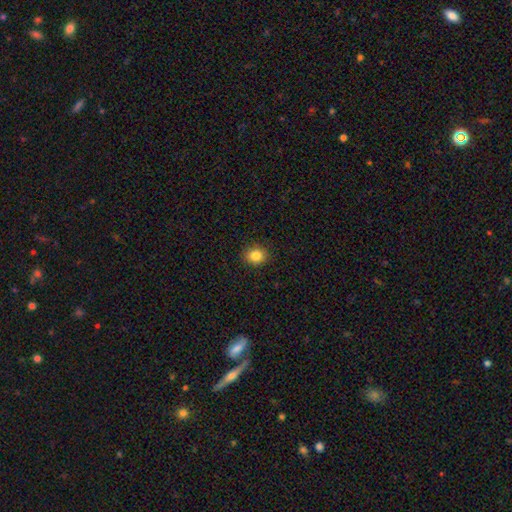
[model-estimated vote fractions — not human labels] The model was most divided on "how rounded": round: 71%, in between: 28%, cigar-shaped: 1%. More confident: merging — none (90%); smooth or featured — smooth (84%).